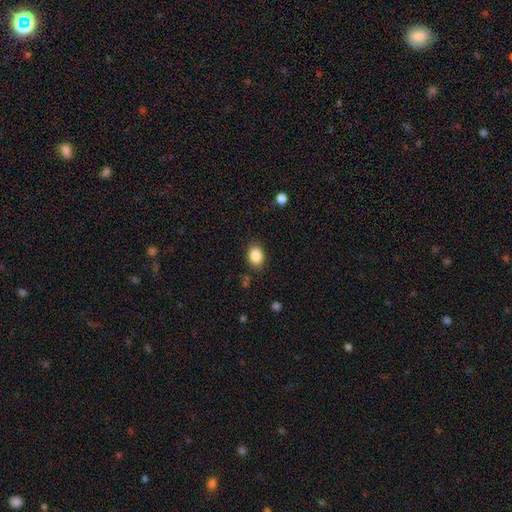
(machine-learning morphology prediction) Smooth or featured: smooth — 87% (star or artifact — 9%)
How rounded: in between — 74% (round — 25%)
Merging: none — 85% (minor disturbance — 11%)